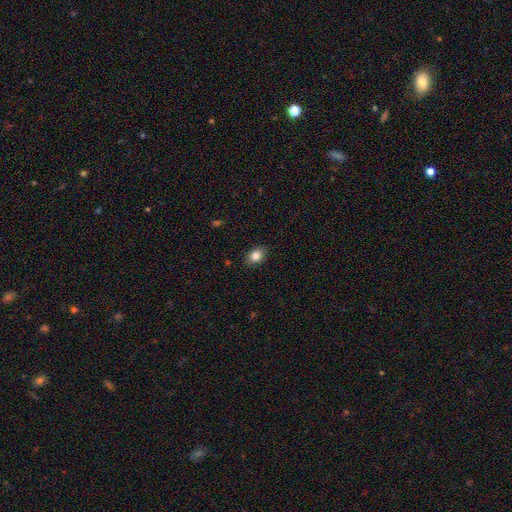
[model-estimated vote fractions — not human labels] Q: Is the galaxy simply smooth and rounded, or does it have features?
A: smooth — 84%.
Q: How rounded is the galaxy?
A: in between — 72%.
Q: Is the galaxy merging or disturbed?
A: none — 88%.